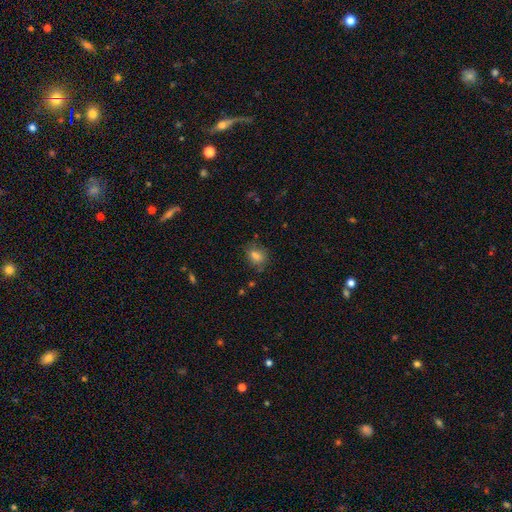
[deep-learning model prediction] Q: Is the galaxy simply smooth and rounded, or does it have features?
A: smooth — 78%.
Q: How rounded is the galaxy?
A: in between — 56%.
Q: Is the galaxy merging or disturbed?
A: none — 73%.